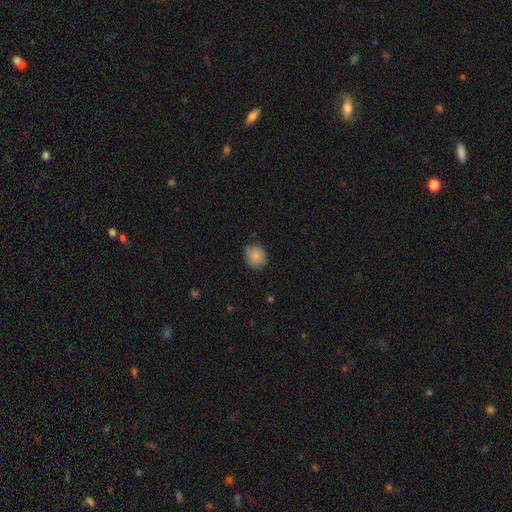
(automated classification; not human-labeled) Smooth or featured?
  - smooth: 85% *
  - star or artifact: 8%
  - featured or disk: 6%
How rounded?
  - round: 76% *
  - in between: 23%
  - cigar-shaped: 1%
Merging?
  - none: 79% *
  - minor disturbance: 17%
  - major disturbance: 3%
  - merger: 1%